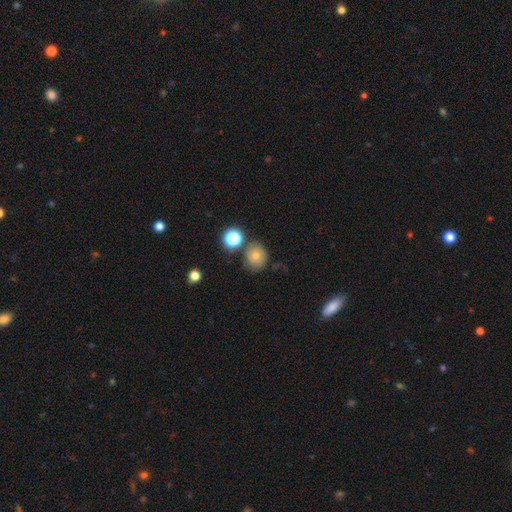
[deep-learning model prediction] smooth 74%, star or artifact 15%, featured or disk 11%. Down the decision tree: how rounded — round (78%); merging — none (69%).